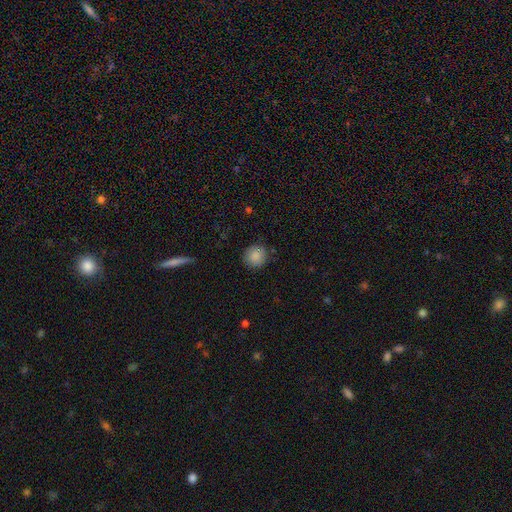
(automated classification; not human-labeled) Smooth or featured? Predicted: smooth (p=0.87). How rounded? Predicted: round (p=0.92). Merging? Predicted: none (p=0.88).